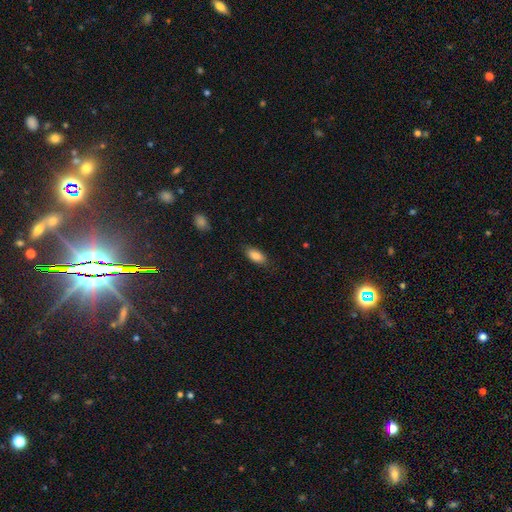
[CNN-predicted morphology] The model was most divided on "merging": none: 82%, minor disturbance: 13%, major disturbance: 3%, merger: 1%. More confident: how rounded — in between (87%); smooth or featured — smooth (85%).